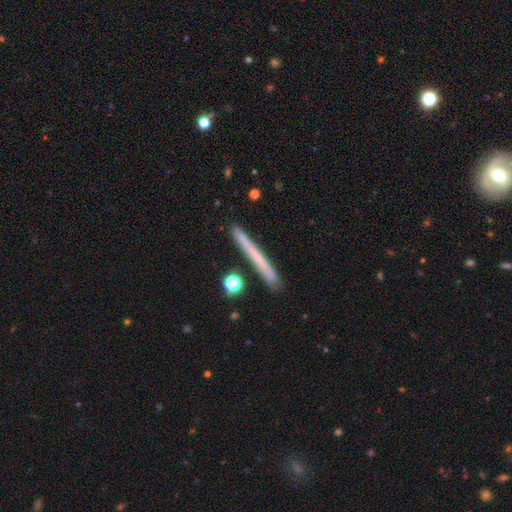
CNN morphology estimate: A smooth galaxy with no disk features (53%) that is cigar-shaped (97%). Merging: none (87%).